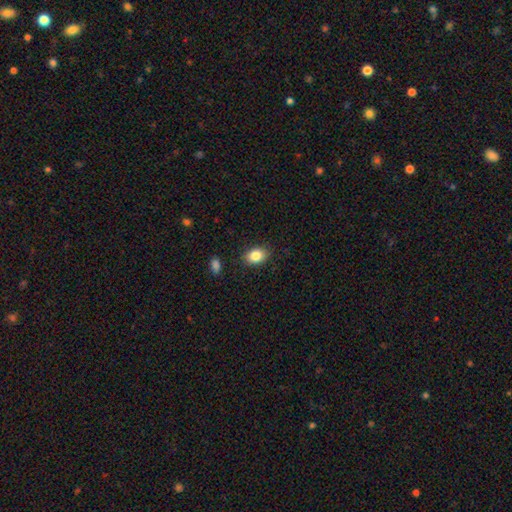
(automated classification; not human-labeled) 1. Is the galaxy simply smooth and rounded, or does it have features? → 85% smooth, 8% star or artifact, 7% featured or disk.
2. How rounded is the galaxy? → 78% in between, 21% round, 1% cigar-shaped.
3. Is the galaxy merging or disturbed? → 86% none, 10% minor disturbance, 3% major disturbance, 2% merger.